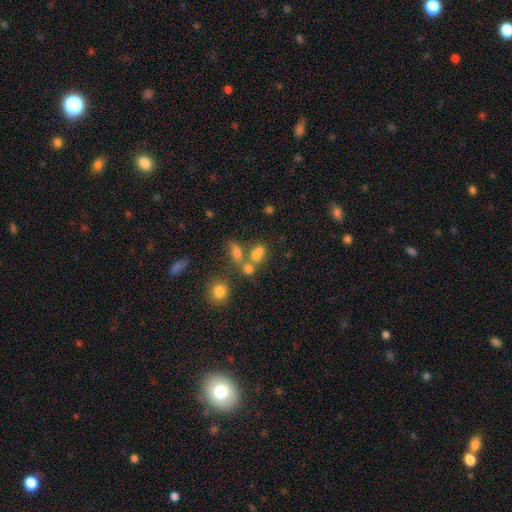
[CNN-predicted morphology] type=smooth (68%); roundness=in between (63%); merging=merger (46%).